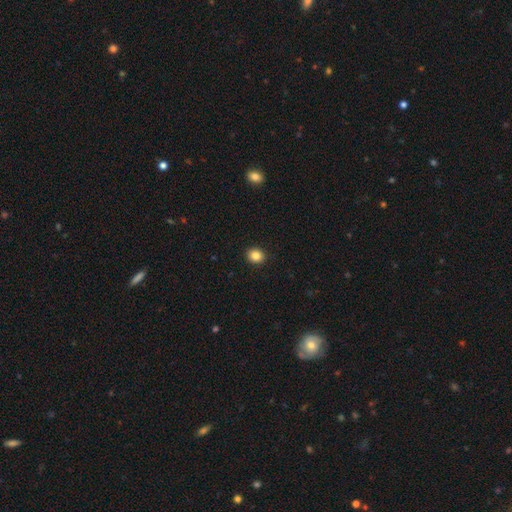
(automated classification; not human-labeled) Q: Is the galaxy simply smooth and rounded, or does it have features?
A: smooth — 85%.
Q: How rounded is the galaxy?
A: round — 68%.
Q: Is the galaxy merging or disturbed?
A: none — 92%.